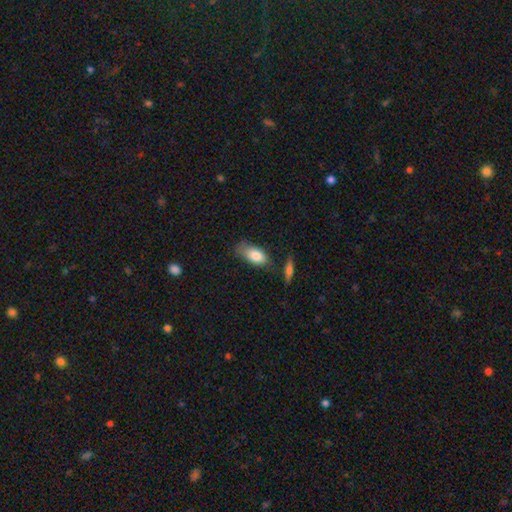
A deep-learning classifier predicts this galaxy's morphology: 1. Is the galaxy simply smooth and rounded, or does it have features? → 81% smooth, 12% featured or disk, 7% star or artifact.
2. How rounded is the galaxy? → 89% in between, 8% cigar-shaped, 3% round.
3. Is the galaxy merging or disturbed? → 57% none, 28% minor disturbance, 8% major disturbance, 7% merger.